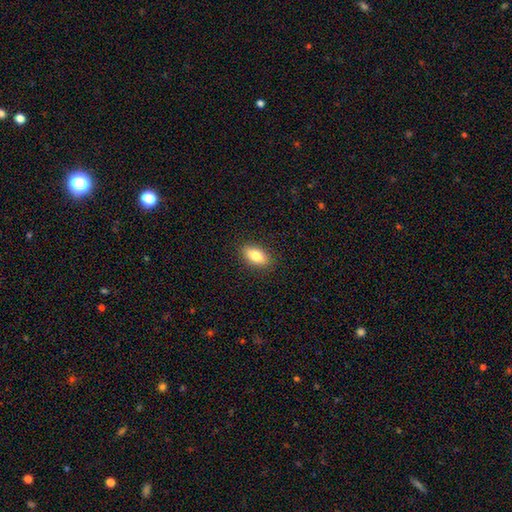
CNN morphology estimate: Q: Smooth or featured?
A: smooth (79%); runner-up: featured or disk (14%)
Q: How rounded?
A: in between (86%); runner-up: cigar-shaped (10%)
Q: Merging?
A: none (89%); runner-up: minor disturbance (8%)